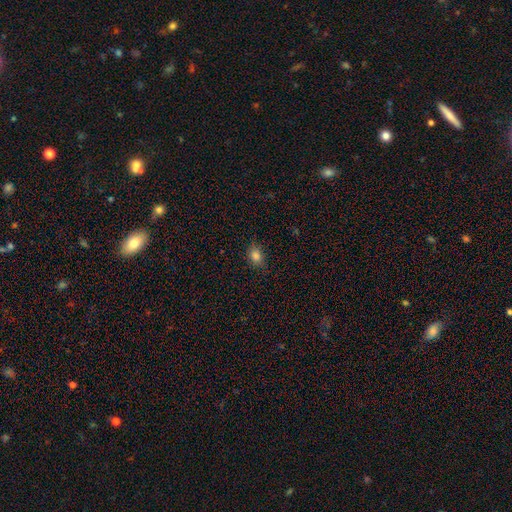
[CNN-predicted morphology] The model was most divided on "how rounded": in between: 63%, round: 36%, cigar-shaped: 1%. More confident: merging — none (84%); smooth or featured — smooth (83%).